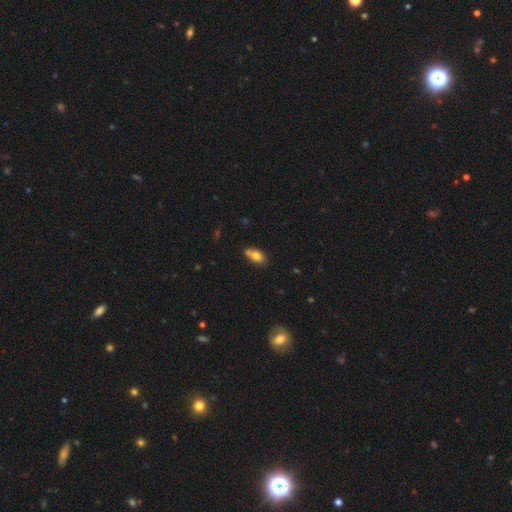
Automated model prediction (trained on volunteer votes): Overall: smooth (77%). How rounded: in between (84%). Merging: none (52%; merger 27%).